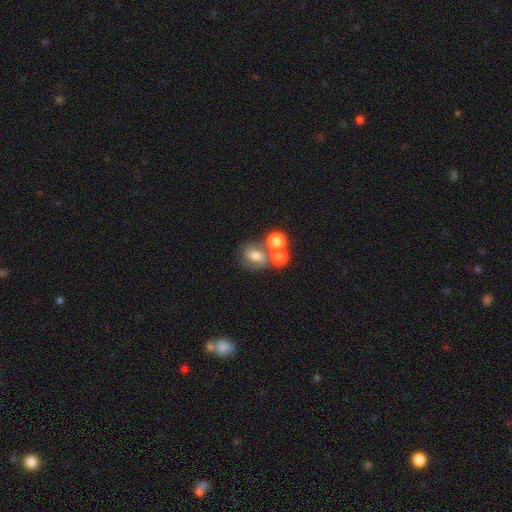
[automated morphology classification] Smooth or featured? smooth (60%)
How rounded? round (53%)
Merging? none (47%)